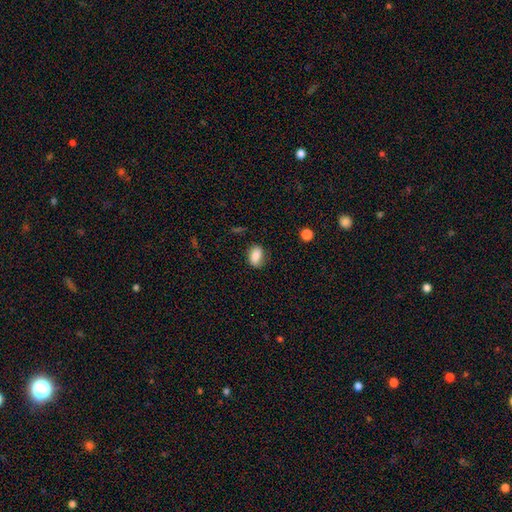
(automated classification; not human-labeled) This is clearly a smooth galaxy (81%). How rounded: clearly in between (82%). Merging: likely none (71%).